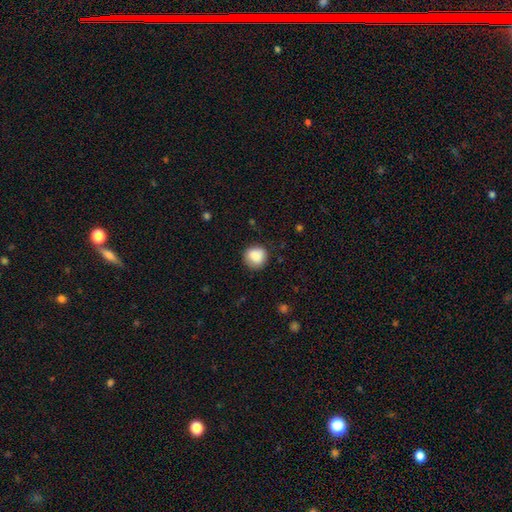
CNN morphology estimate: Smooth or featured?
  - smooth: 88% *
  - star or artifact: 8%
  - featured or disk: 4%
How rounded?
  - round: 86% *
  - in between: 13%
  - cigar-shaped: 1%
Merging?
  - none: 80% *
  - minor disturbance: 15%
  - major disturbance: 4%
  - merger: 1%